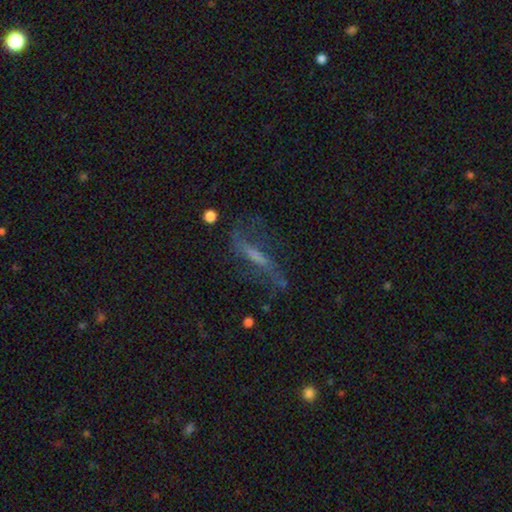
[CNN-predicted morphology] A featured or disk galaxy (61%).

Vote fractions:
- Smooth or featured? featured or disk: 61% / smooth: 26% / star or artifact: 13%
- Edge-on disk? no: 65% / yes: 35%
- Merging? none: 56% / minor disturbance: 21% / major disturbance: 20% / merger: 3%